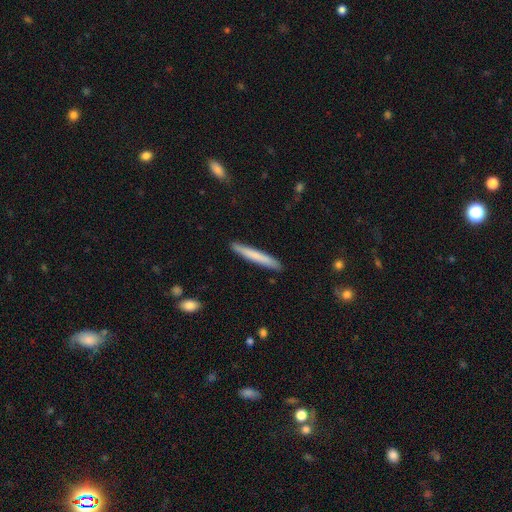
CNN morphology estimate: Q: Smooth or featured?
A: smooth (73%); runner-up: featured or disk (22%)
Q: How rounded?
A: cigar-shaped (96%); runner-up: in between (2%)
Q: Merging?
A: none (90%); runner-up: minor disturbance (7%)